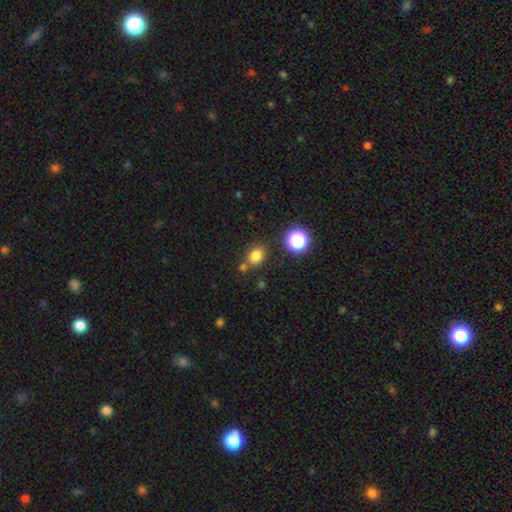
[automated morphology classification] This is likely a smooth galaxy (79%). How rounded: possibly round (56%). Merging: likely none (74%).